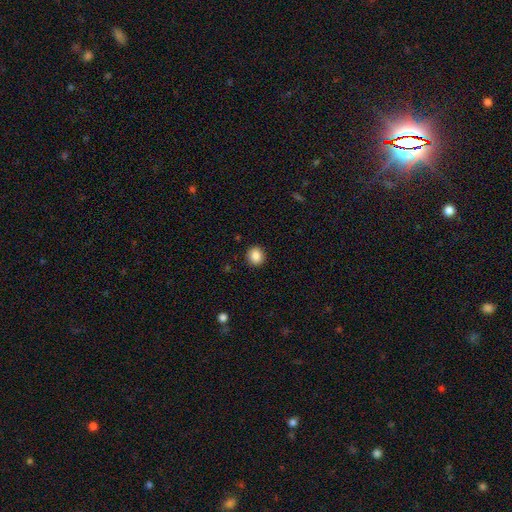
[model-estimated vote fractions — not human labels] Smooth or featured? smooth (87%)
How rounded? round (86%)
Merging? none (91%)